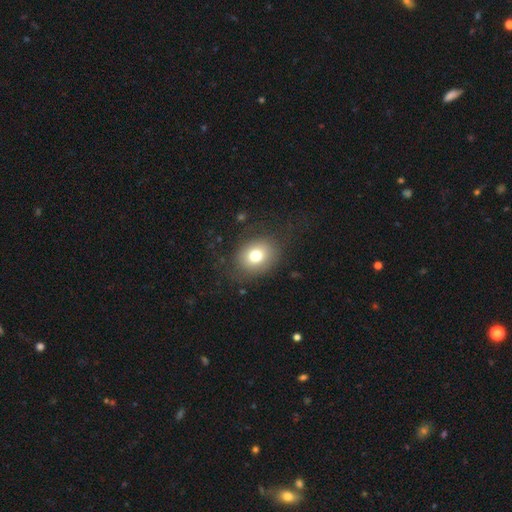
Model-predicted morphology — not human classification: Smooth or featured? Predicted: smooth (p=0.74). How rounded? Predicted: round (p=0.52). Merging? Predicted: none (p=0.76).